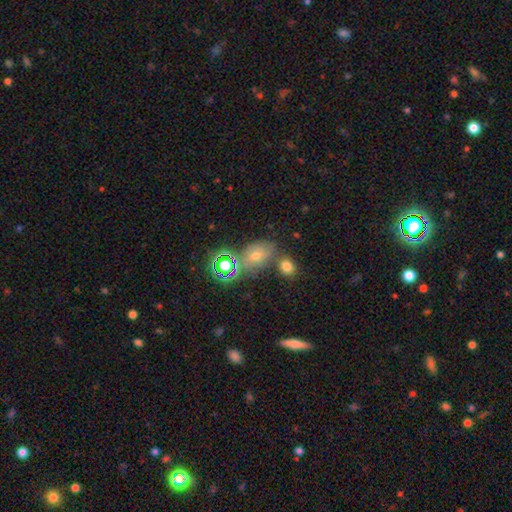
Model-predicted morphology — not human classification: A smooth galaxy with no disk features (45%). Merging: none (64%).